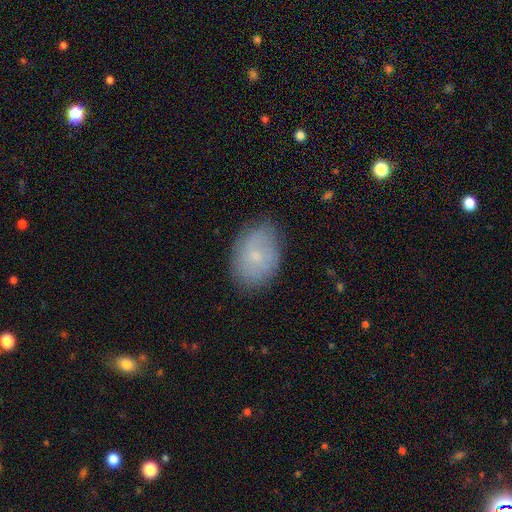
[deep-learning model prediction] Overall: smooth (62%; featured or disk 29%). How rounded: in between (80%). Merging: none (80%).